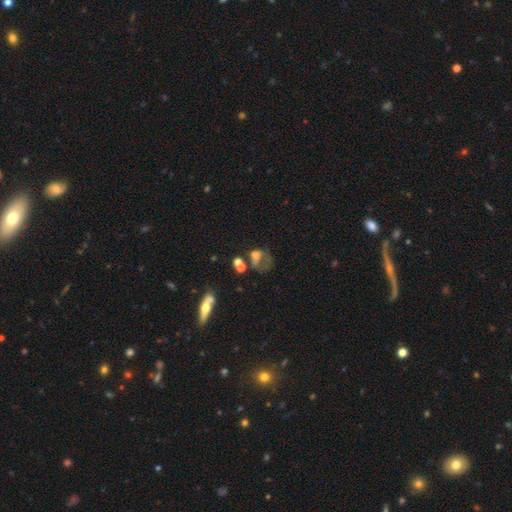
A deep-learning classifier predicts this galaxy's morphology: type=smooth (46%); merging=major disturbance (41%).